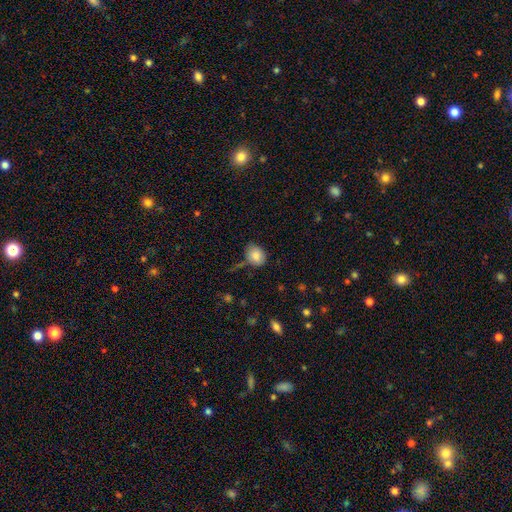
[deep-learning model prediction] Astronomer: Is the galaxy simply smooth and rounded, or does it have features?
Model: smooth — 84%.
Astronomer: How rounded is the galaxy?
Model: in between — 50% (runner-up: round, 49%).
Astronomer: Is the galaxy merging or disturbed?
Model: none — 68%.